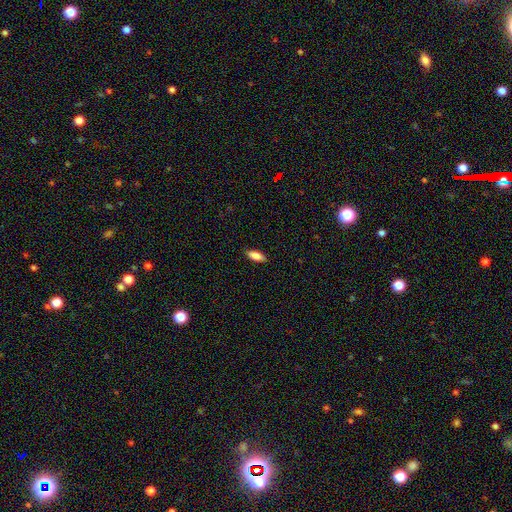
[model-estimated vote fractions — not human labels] smooth-or-featured: smooth: 84% | featured or disk: 9% | star or artifact: 7%
  how-rounded: in between: 75% | cigar-shaped: 22% | round: 2%
  merging: none: 88% | minor disturbance: 9% | major disturbance: 2% | merger: 1%